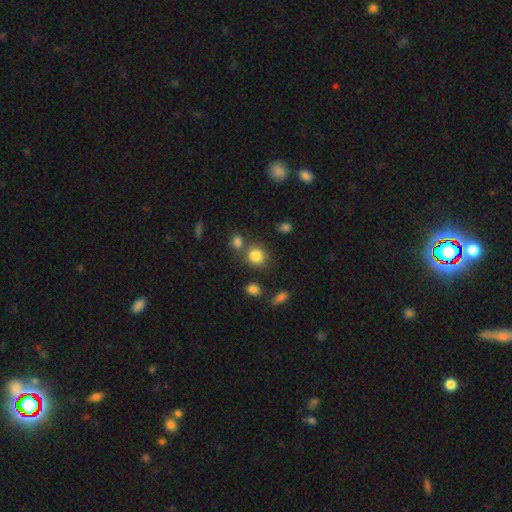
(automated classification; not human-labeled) Smooth or featured? smooth (82%)
How rounded? round (81%)
Merging? none (67%)